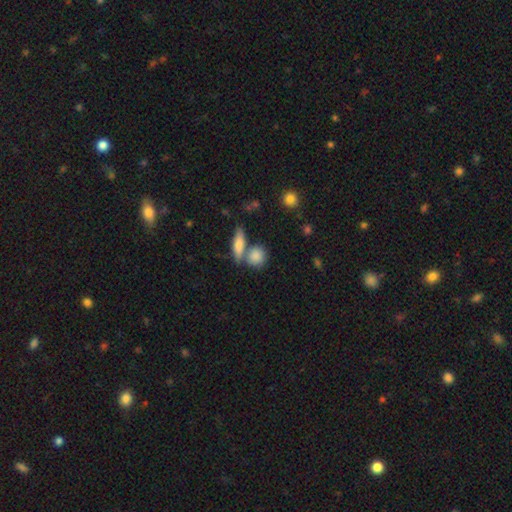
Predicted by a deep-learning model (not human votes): A smooth galaxy with no disk features (82%) that is round (57%). Merging: none (55%).